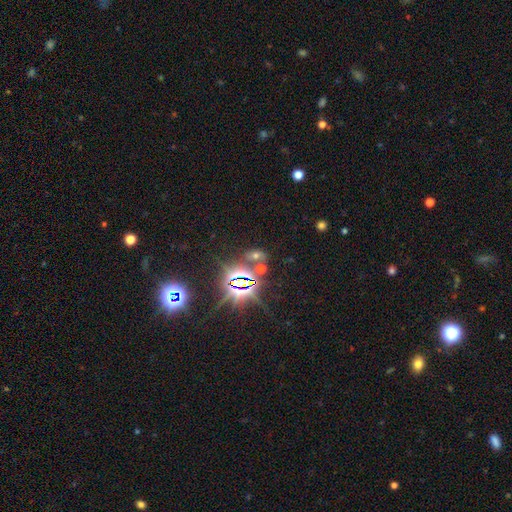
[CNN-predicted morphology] Smooth or featured? star or artifact (58%)